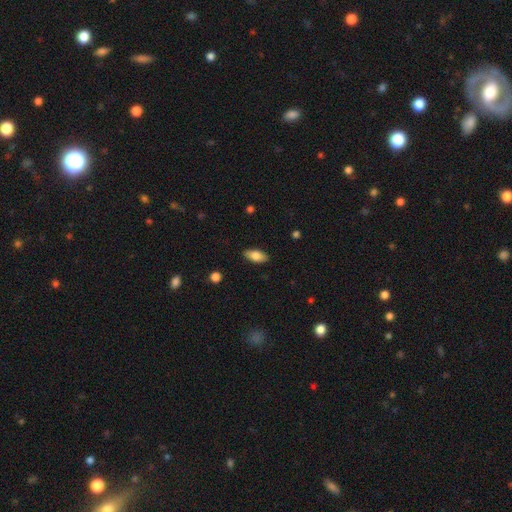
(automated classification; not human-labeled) Overall: smooth (79%). How rounded: in between (87%). Merging: none (88%).